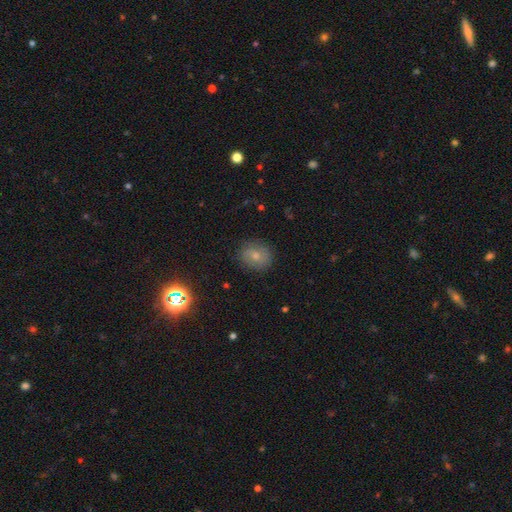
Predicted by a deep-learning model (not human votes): This appears to be a smooth galaxy with no disk features (68%) that is round (65%). Merging: none (83%).